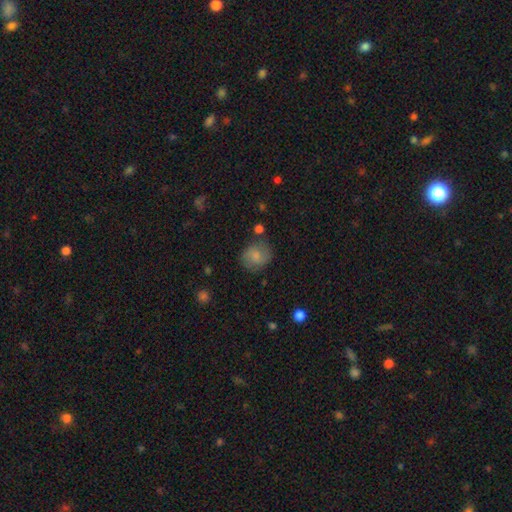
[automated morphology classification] Overall: smooth (66%). How rounded: round (73%). Merging: none (69%).